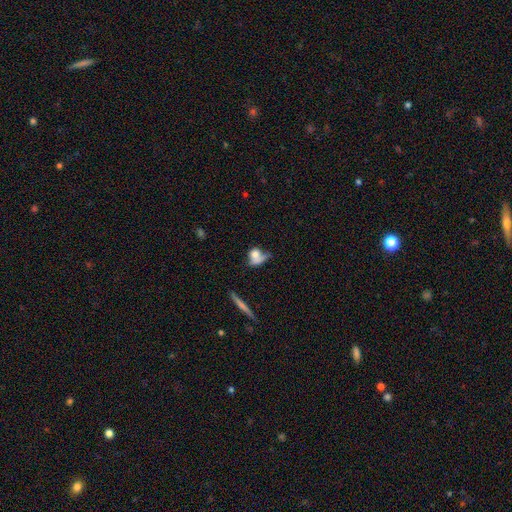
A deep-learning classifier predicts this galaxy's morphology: Smooth or featured?
  - smooth: 65% *
  - featured or disk: 26%
  - star or artifact: 10%
How rounded?
  - round: 51% *
  - in between: 43%
  - cigar-shaped: 7%
Merging?
  - none: 31% *
  - merger: 24%
  - major disturbance: 24%
  - minor disturbance: 21%